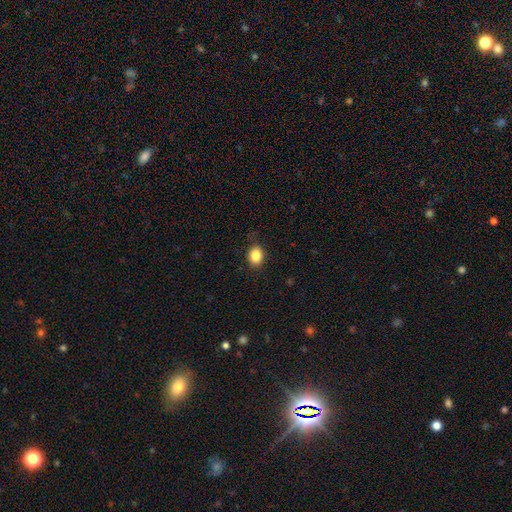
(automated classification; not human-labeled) This is clearly a smooth galaxy (86%). How rounded: possibly in between (55%). Merging: clearly none (84%).